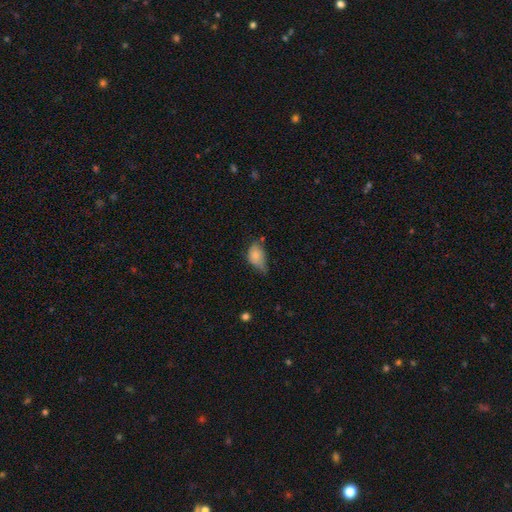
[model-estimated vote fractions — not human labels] Morphology: type=smooth (76%); roundness=in between (85%); merging=minor disturbance (47%).